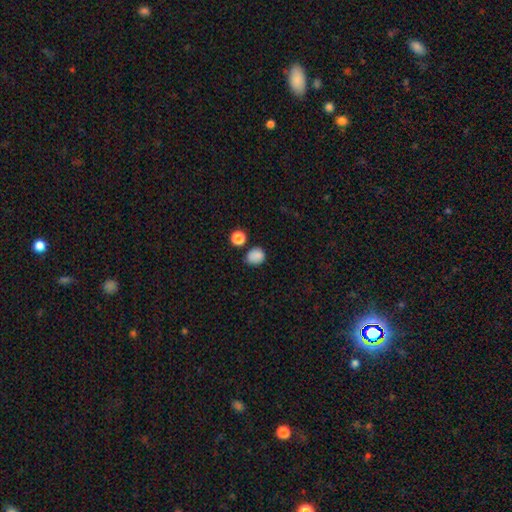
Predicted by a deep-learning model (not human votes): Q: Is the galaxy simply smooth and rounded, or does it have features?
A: smooth — 85%.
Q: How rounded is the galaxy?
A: round — 70%.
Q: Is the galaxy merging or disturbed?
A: none — 73%.